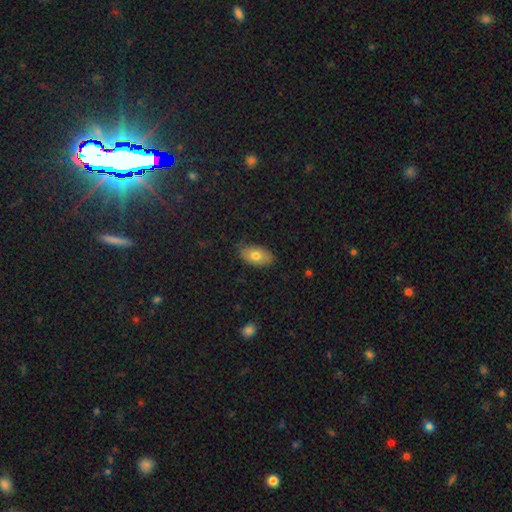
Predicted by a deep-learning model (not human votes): Smooth or featured? smooth (75%)
How rounded? in between (93%)
Merging? none (77%)